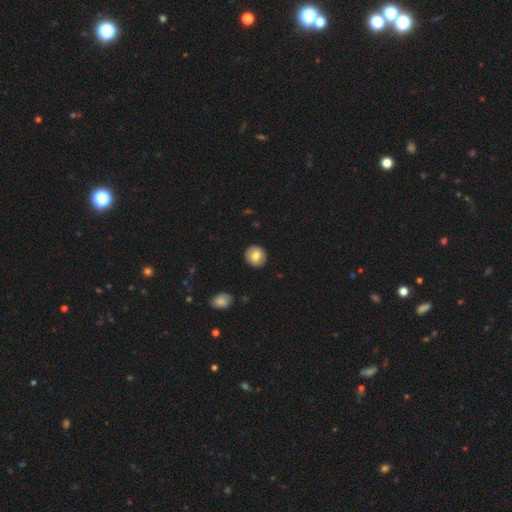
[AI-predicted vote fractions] smooth_or_featured: smooth (p=0.73) [alt: featured or disk p=0.19]
how_rounded: round (p=0.85) [alt: in between p=0.14]
merging: none (p=0.90) [alt: minor disturbance p=0.07]